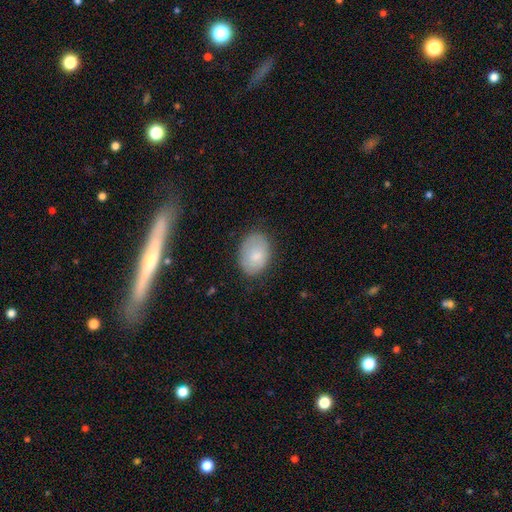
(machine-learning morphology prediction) smooth_or_featured: smooth (p=0.78) [alt: featured or disk p=0.15]
how_rounded: in between (p=0.78) [alt: round p=0.21]
merging: none (p=0.75) [alt: minor disturbance p=0.19]